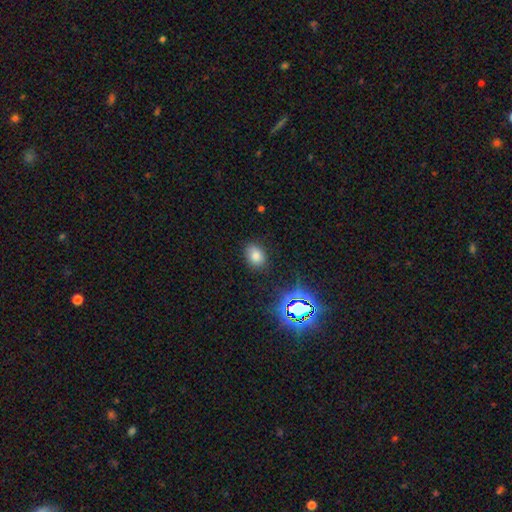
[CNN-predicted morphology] smooth_or_featured: smooth (p=0.73) [alt: star or artifact p=0.18]
how_rounded: in between (p=0.68) [alt: round p=0.31]
merging: none (p=0.82) [alt: minor disturbance p=0.13]